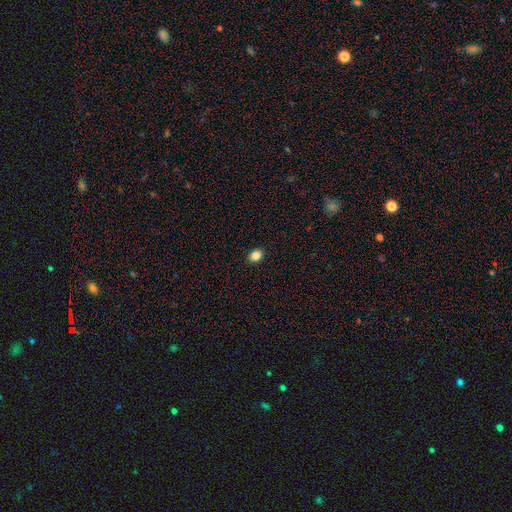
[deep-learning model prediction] Smooth or featured? Predicted: smooth (p=0.85). How rounded? Predicted: round (p=0.64). Merging? Predicted: none (p=0.92).